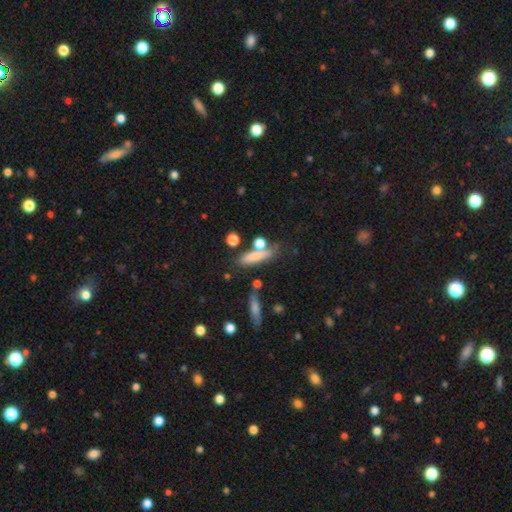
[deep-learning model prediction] Smooth or featured?
  - smooth: 71% *
  - featured or disk: 19%
  - star or artifact: 10%
How rounded?
  - cigar-shaped: 65% *
  - in between: 28%
  - round: 7%
Merging?
  - none: 57% *
  - merger: 19%
  - minor disturbance: 16%
  - major disturbance: 7%